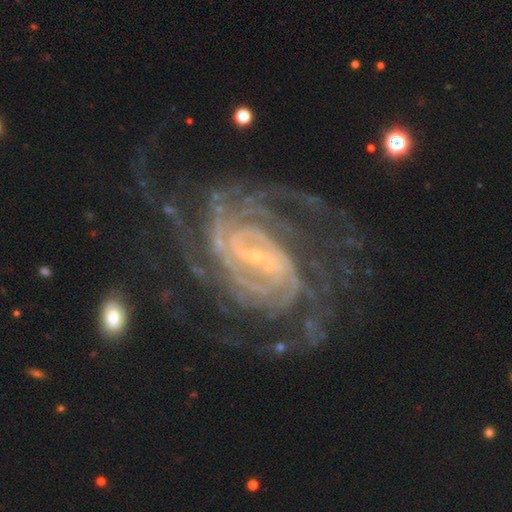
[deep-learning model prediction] Overall: featured or disk (92%). Edge-on disk: no (97%). Bar: weak (42%; strong 37%). Spiral arms: yes (98%). Spiral arm count: 4 (21%; 2 20%). Spiral winding: tight (65%; medium 29%). Bulge size: small (80%). Merging: none (64%).